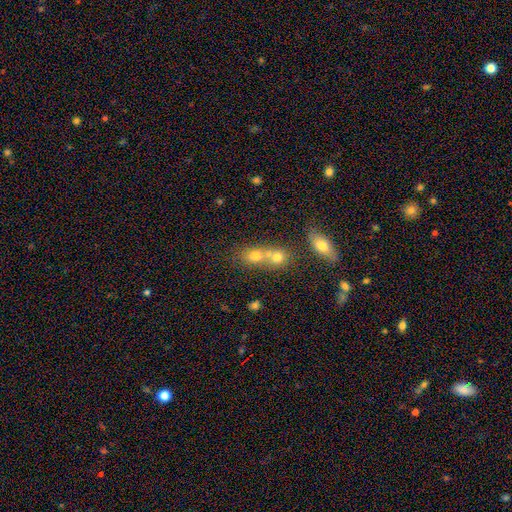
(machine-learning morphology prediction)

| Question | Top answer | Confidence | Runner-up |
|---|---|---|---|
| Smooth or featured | smooth | 69% | featured or disk (17%) |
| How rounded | round | 54% | in between (43%) |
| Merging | merger | 63% | none (27%) |